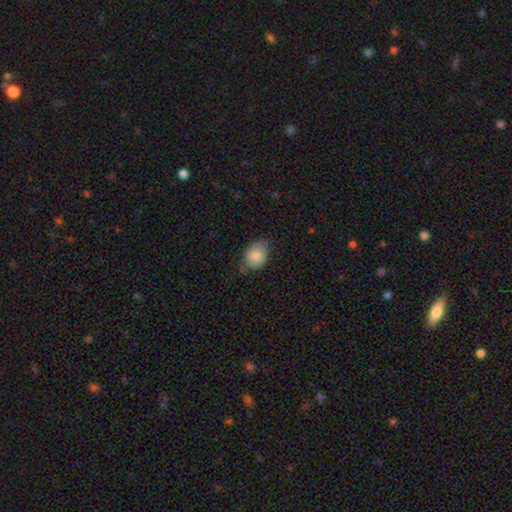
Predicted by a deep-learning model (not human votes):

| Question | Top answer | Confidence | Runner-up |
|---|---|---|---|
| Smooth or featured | smooth | 80% | featured or disk (13%) |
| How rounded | in between | 67% | round (32%) |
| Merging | none | 63% | minor disturbance (29%) |